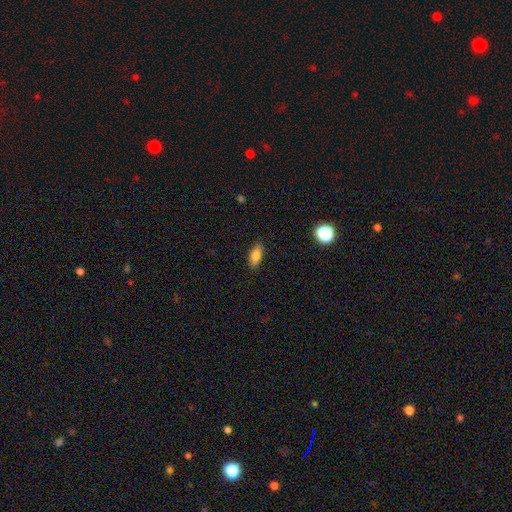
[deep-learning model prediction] A smooth galaxy with no disk features (80%) that is in between round and cigar-shaped (79%). Merging: none (87%).